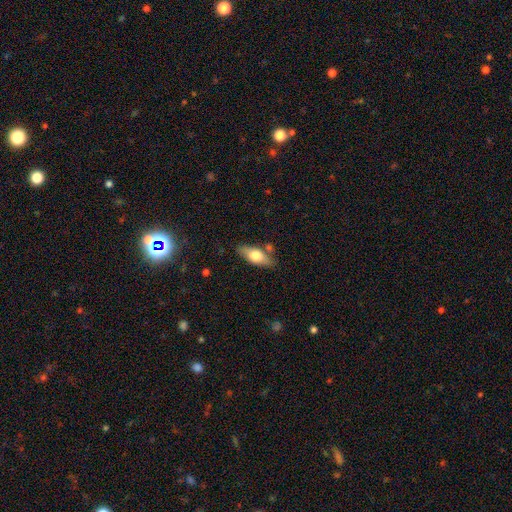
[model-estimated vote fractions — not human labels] A smooth galaxy with no disk features (62%) that is in between round and cigar-shaped (75%).

Vote fractions:
- Smooth or featured? smooth: 62% / featured or disk: 32% / star or artifact: 6%
- How rounded? in between: 75% / cigar-shaped: 21% / round: 4%
- Merging? none: 77% / minor disturbance: 14% / merger: 5% / major disturbance: 3%